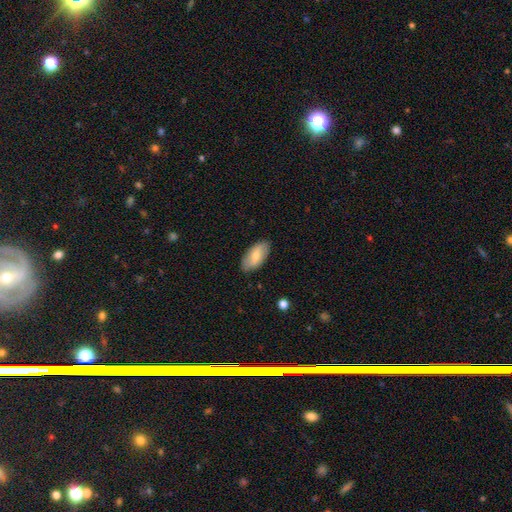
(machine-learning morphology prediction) Smooth or featured? smooth (67%)
How rounded? in between (92%)
Merging? none (85%)